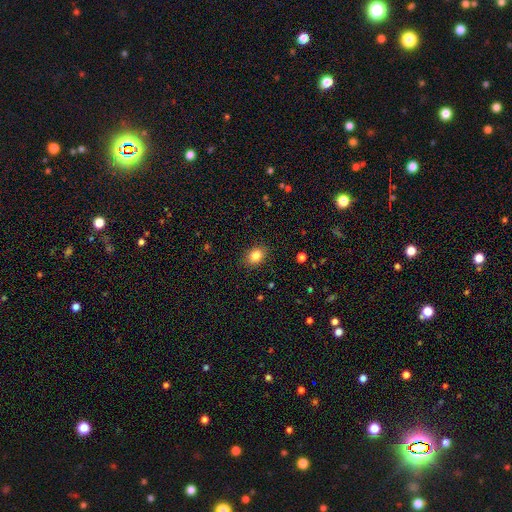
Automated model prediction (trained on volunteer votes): Q: Smooth or featured?
A: smooth (85%); runner-up: star or artifact (10%)
Q: How rounded?
A: in between (65%); runner-up: round (34%)
Q: Merging?
A: none (87%); runner-up: minor disturbance (9%)